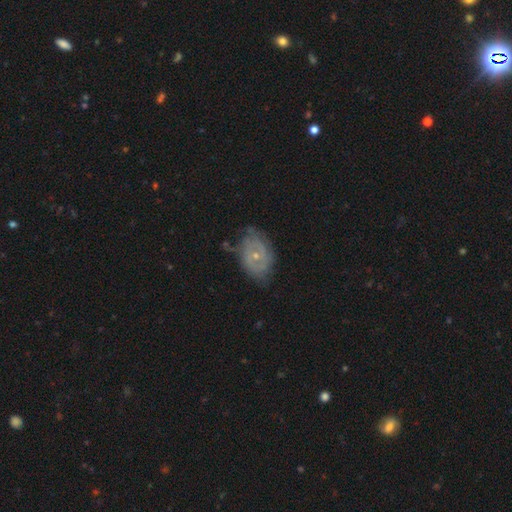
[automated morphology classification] smooth-or-featured: featured or disk: 68% | smooth: 24% | star or artifact: 8%
  disk-edge-on: no: 96% | yes: 4%
    bar: no: 70% | weak: 26% | strong: 4%
    has-spiral-arms: yes: 77% | no: 23%
      spiral-winding: tight: 55% | medium: 33% | loose: 12%
      spiral-arm-count: 2: 42% | can't tell: 40% | 3: 8% | 1: 4% | 4: 3% | more than 4: 3%
    bulge-size: small: 66% | moderate: 30% | none: 2% | large: 1% | dominant: 1%
  merging: none: 63% | minor disturbance: 26% | major disturbance: 9% | merger: 2%